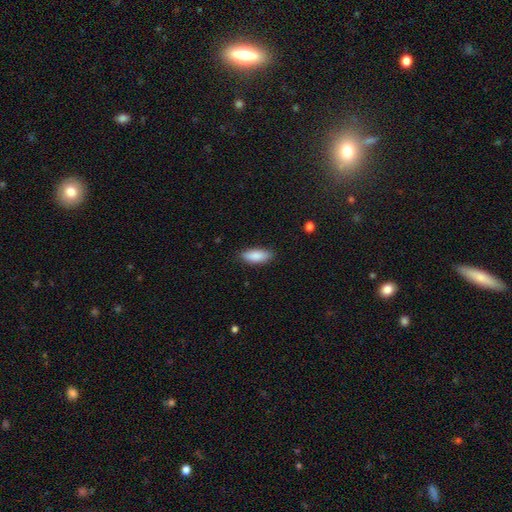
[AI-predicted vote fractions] Smooth or featured: smooth — 88% (featured or disk — 6%)
How rounded: in between — 76% (cigar-shaped — 22%)
Merging: none — 86% (minor disturbance — 11%)